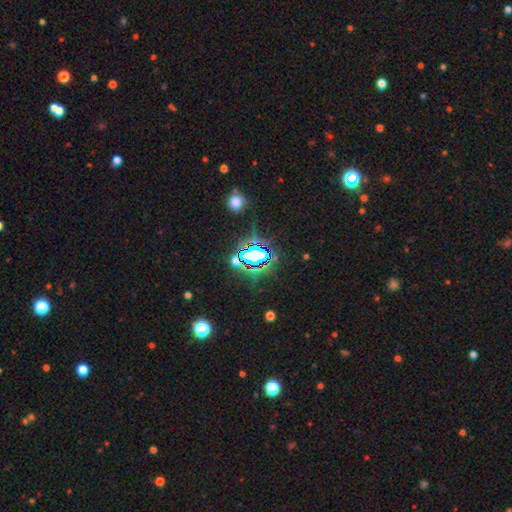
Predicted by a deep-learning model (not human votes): A star or artifact, not a galaxy (76%).

Vote fractions:
- Smooth or featured? star or artifact: 76% / smooth: 14% / featured or disk: 11%